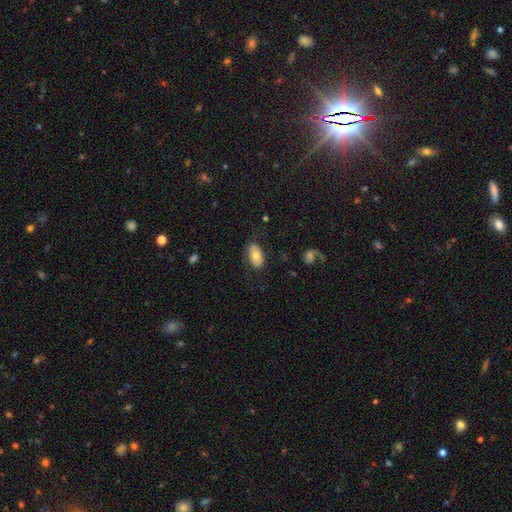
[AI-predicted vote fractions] Smooth or featured? smooth (67%)
How rounded? in between (93%)
Merging? none (76%)